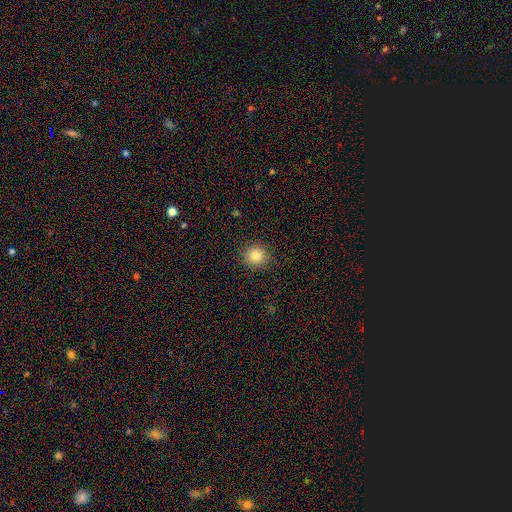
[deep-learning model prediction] smooth_or_featured: smooth (p=0.82) [alt: star or artifact p=0.12]
how_rounded: round (p=0.92) [alt: in between p=0.07]
merging: none (p=0.90) [alt: minor disturbance p=0.07]